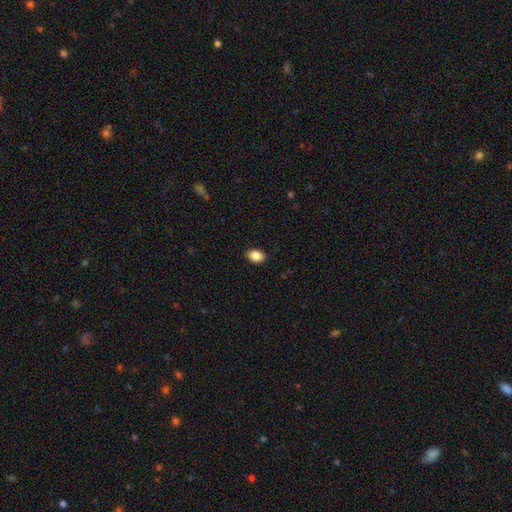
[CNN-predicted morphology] A smooth galaxy with no disk features (87%) that is in between round and cigar-shaped (80%).

Vote fractions:
- Smooth or featured? smooth: 87% / star or artifact: 8% / featured or disk: 5%
- How rounded? in between: 80% / round: 18% / cigar-shaped: 1%
- Merging? none: 90% / minor disturbance: 8% / major disturbance: 2% / merger: 1%